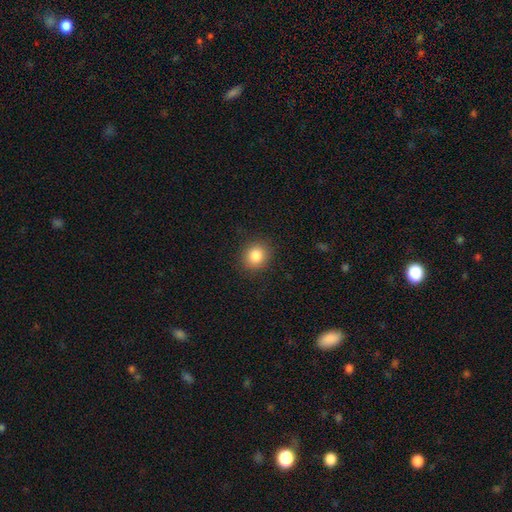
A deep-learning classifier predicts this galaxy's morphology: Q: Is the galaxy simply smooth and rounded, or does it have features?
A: smooth — 84%.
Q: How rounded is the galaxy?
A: round — 77%.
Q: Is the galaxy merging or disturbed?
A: none — 89%.